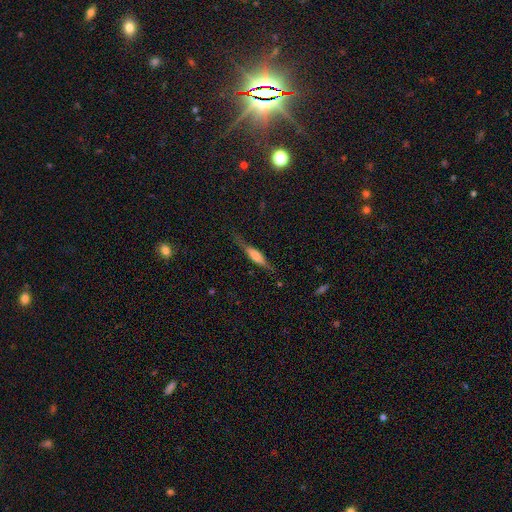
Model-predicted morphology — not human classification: smooth-or-featured: featured or disk: 52% | smooth: 41% | star or artifact: 7%
  disk-edge-on: yes: 93% | no: 7%
  merging: none: 75% | minor disturbance: 18% | major disturbance: 6% | merger: 2%